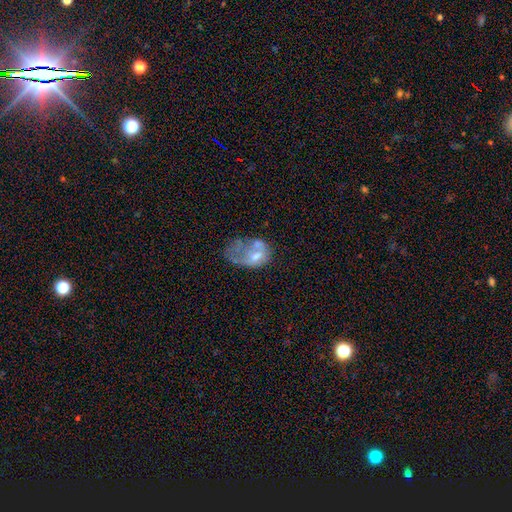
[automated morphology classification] This appears to be a featured or disk galaxy (48%). Merging: major disturbance (47%).